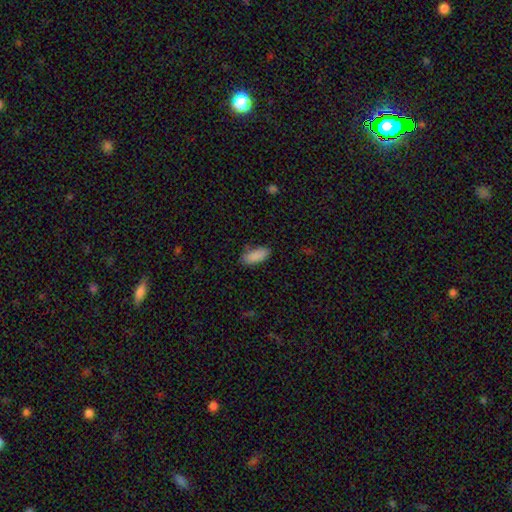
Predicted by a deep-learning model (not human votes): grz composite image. It shows a smooth galaxy with no disk features (88%) that is in between round and cigar-shaped (85%). Merging: none (77%).